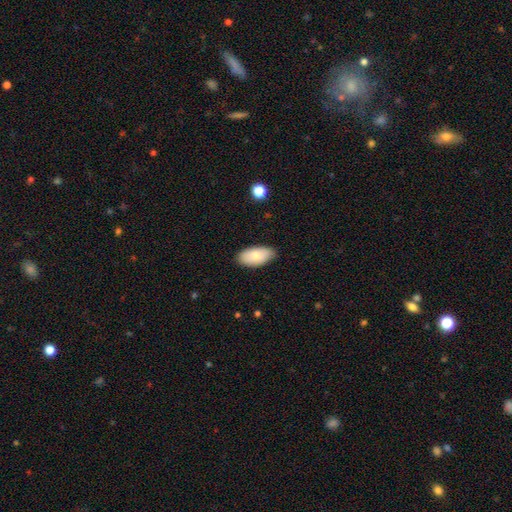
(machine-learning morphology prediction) smooth 78%, featured or disk 16%, star or artifact 6%. Down the decision tree: how rounded — in between (94%); merging — none (85%).